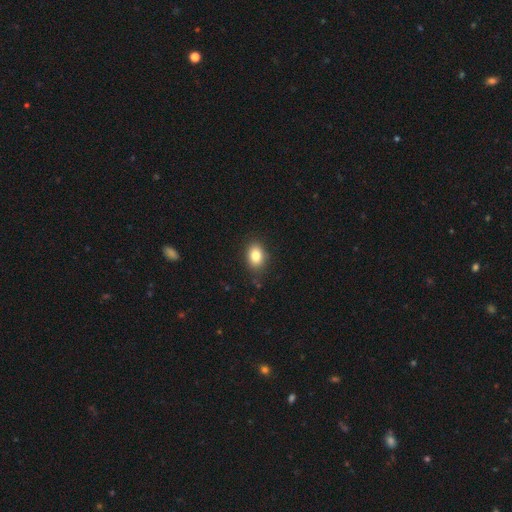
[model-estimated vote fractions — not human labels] Morphology: type=smooth (83%); roundness=in between (72%); merging=none (82%).